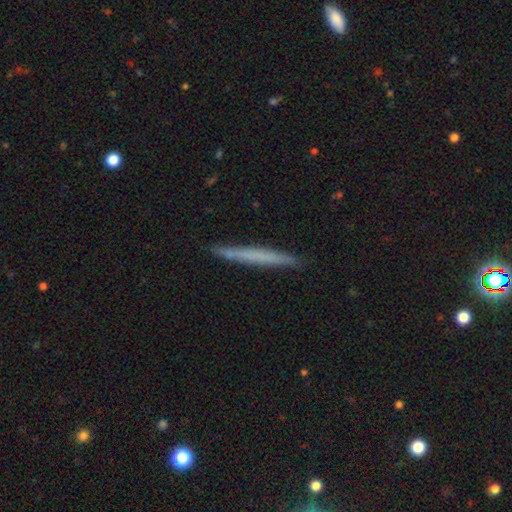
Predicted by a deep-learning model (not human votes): smooth-or-featured: smooth: 56% | featured or disk: 39% | star or artifact: 6%
  how-rounded: cigar-shaped: 97% | in between: 2% | round: 1%
  merging: none: 91% | minor disturbance: 7% | major disturbance: 1% | merger: 1%